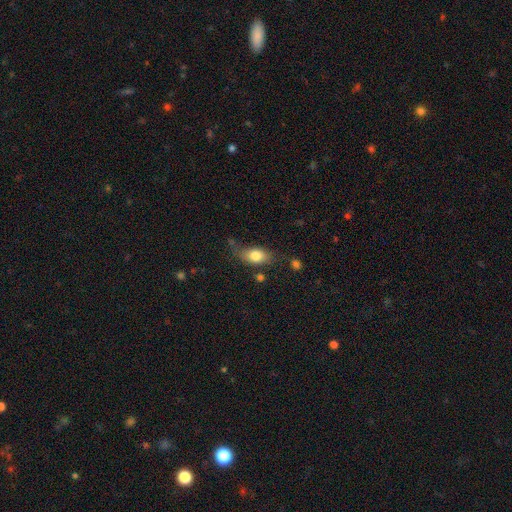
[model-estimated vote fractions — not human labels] Overall: smooth (78%). How rounded: in between (85%). Merging: none (62%; minor disturbance 24%).